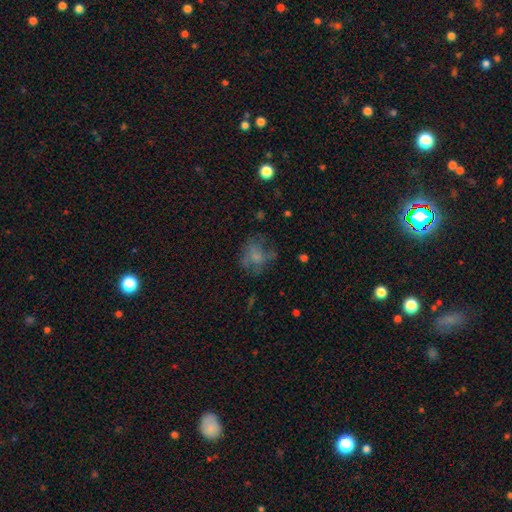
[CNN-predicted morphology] smooth 54%, featured or disk 31%, star or artifact 15%. Down the decision tree: how rounded — round (57%); merging — none (49%).